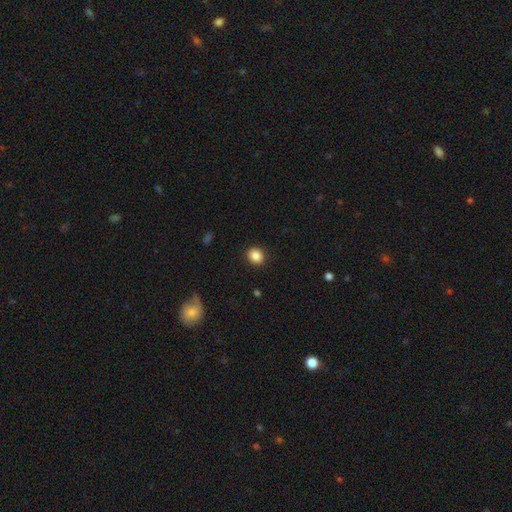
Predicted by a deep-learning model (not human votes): smooth_or_featured: smooth (p=0.87) [alt: star or artifact p=0.09]
how_rounded: round (p=0.65) [alt: in between p=0.34]
merging: none (p=0.91) [alt: minor disturbance p=0.06]